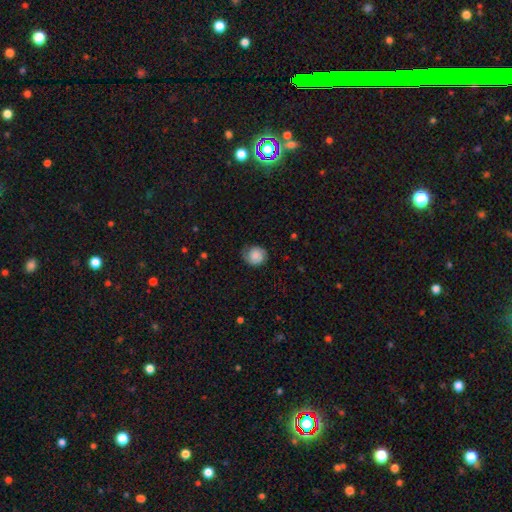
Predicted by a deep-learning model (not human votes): smooth 72%, featured or disk 20%, star or artifact 8%. Down the decision tree: how rounded — round (79%); merging — none (66%).